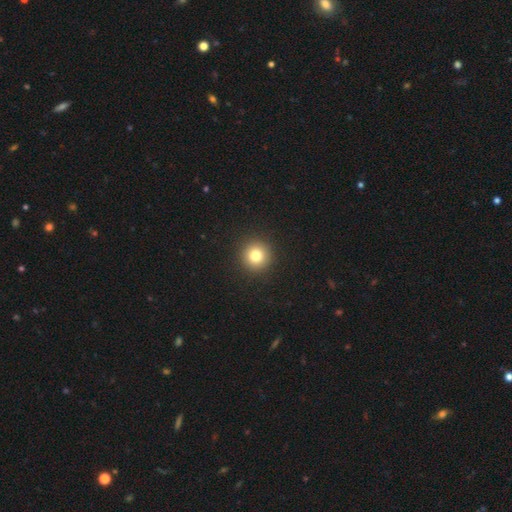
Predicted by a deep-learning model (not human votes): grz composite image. It shows a smooth galaxy with no disk features (80%) that is round (95%). Merging: none (93%).